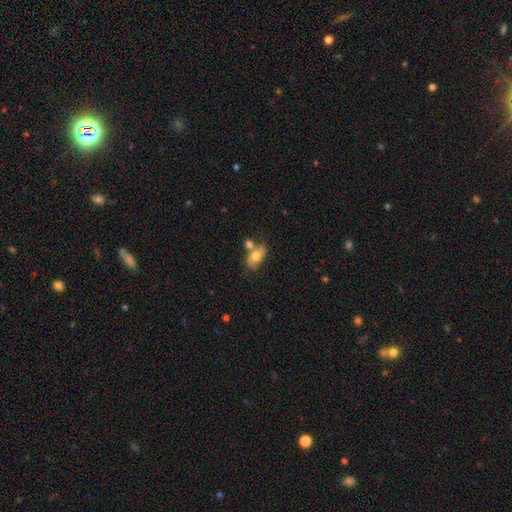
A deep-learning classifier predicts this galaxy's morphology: Smooth or featured?
  - smooth: 60% *
  - featured or disk: 32%
  - star or artifact: 8%
How rounded?
  - in between: 85% *
  - round: 12%
  - cigar-shaped: 3%
Merging?
  - none: 39% *
  - merger: 35%
  - minor disturbance: 18%
  - major disturbance: 8%